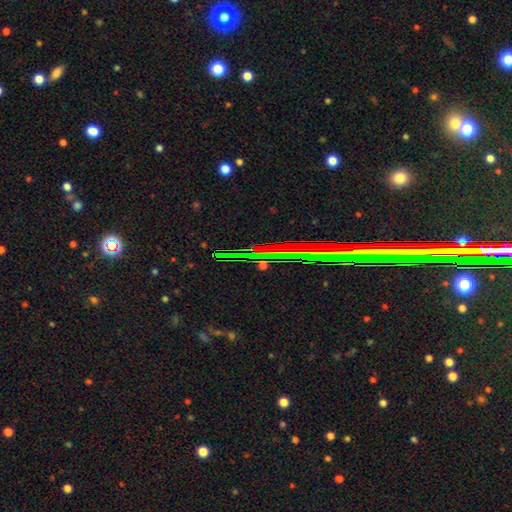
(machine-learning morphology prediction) Smooth or featured?
  - star or artifact: 70% *
  - smooth: 15%
  - featured or disk: 15%